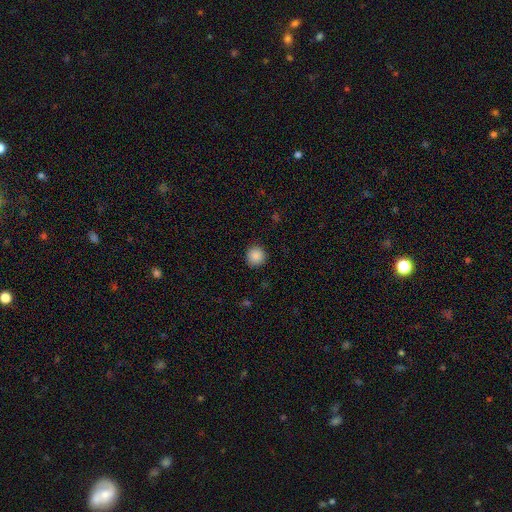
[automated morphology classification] Overall: smooth (88%). How rounded: round (94%). Merging: none (91%).